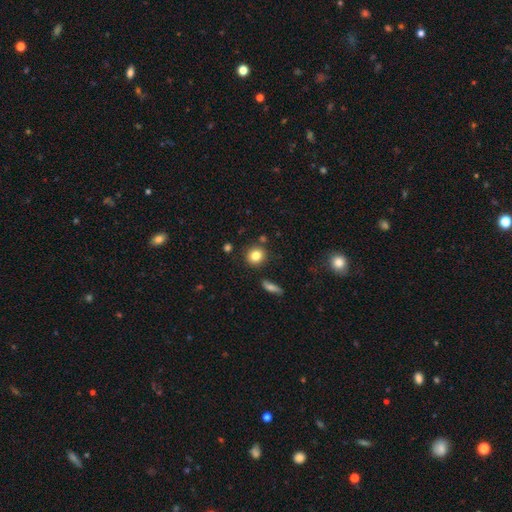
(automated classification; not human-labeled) The model was most divided on "smooth or featured": smooth: 82%, star or artifact: 10%, featured or disk: 8%. More confident: how rounded — round (86%); merging — none (85%).